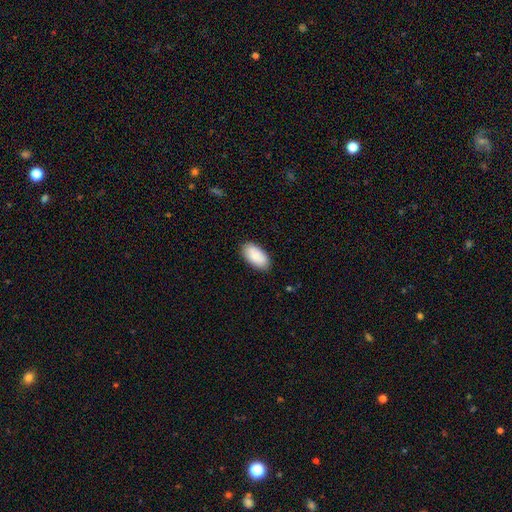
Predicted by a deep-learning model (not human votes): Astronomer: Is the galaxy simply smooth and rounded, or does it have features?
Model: smooth — 86%.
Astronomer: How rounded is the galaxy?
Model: in between — 95%.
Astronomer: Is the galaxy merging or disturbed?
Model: none — 86%.